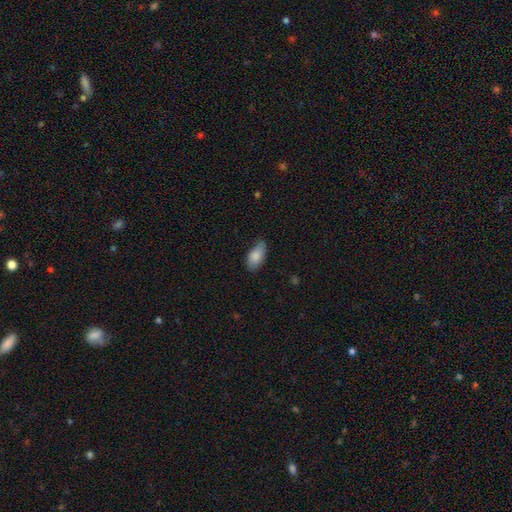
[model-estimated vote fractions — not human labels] Smooth or featured? Predicted: smooth (p=0.85). How rounded? Predicted: in between (p=0.92). Merging? Predicted: none (p=0.71).